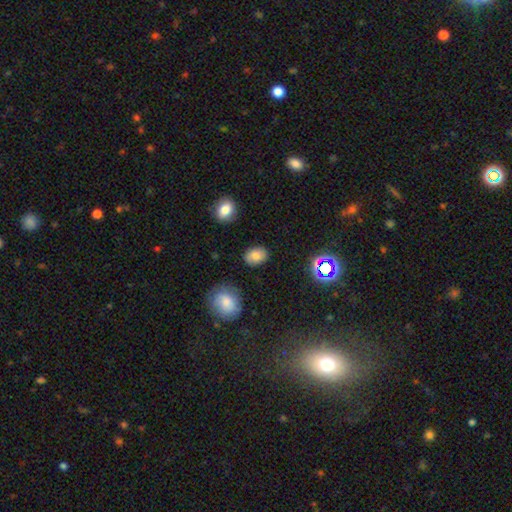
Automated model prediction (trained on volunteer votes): smooth_or_featured: smooth (p=0.78) [alt: star or artifact p=0.13]
how_rounded: in between (p=0.72) [alt: round p=0.27]
merging: none (p=0.84) [alt: minor disturbance p=0.11]